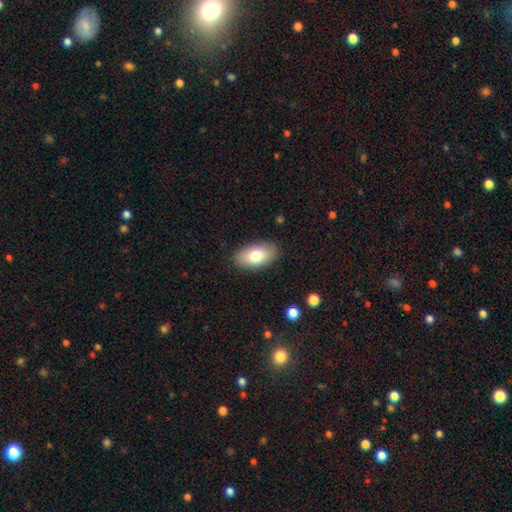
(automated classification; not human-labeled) Smooth or featured? smooth (75%)
How rounded? in between (93%)
Merging? none (87%)